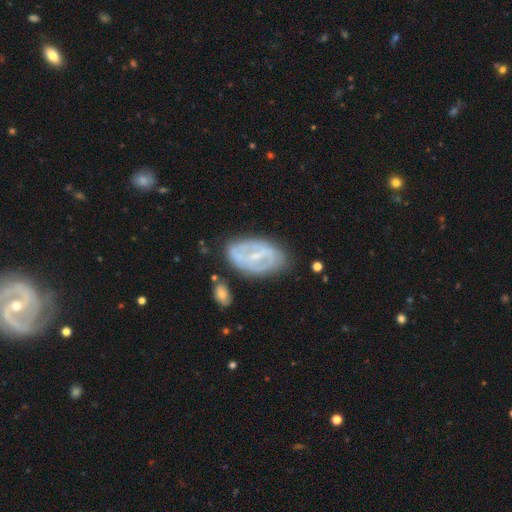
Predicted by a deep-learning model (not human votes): This appears to be a featured or disk galaxy (73%) with a strong bar (42%), spiral arms (58%) and a small central bulge (64%). Merging: none (69%).